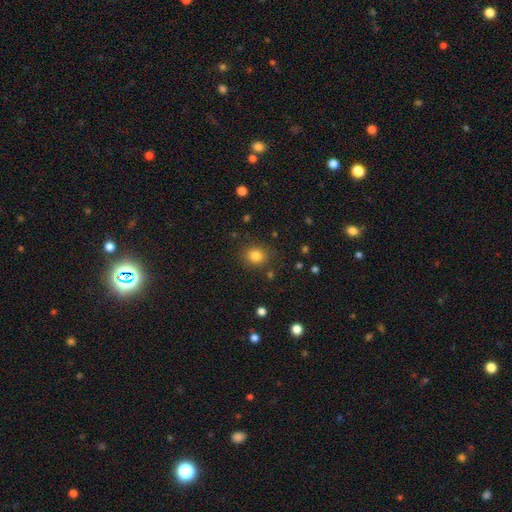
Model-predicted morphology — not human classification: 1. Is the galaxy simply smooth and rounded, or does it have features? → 82% smooth, 12% star or artifact, 6% featured or disk.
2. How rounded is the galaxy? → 75% round, 25% in between, 1% cigar-shaped.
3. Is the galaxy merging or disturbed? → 85% none, 9% minor disturbance, 3% major disturbance, 2% merger.